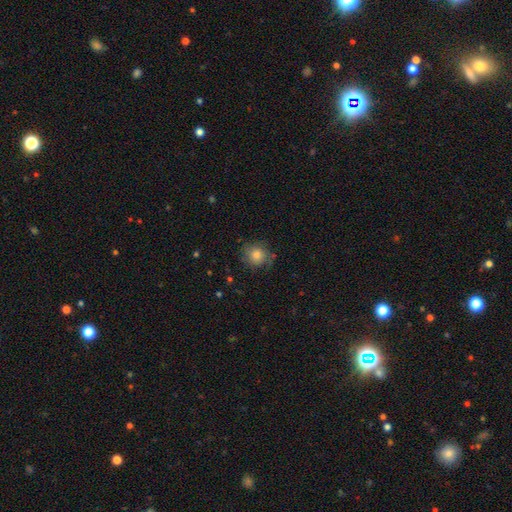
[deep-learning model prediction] Overall: smooth (73%). How rounded: round (88%). Merging: none (77%).